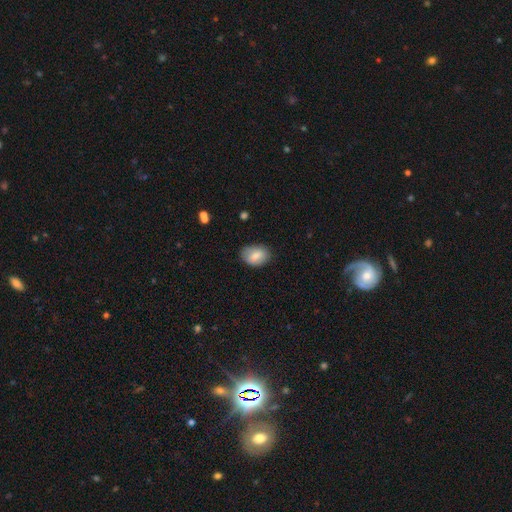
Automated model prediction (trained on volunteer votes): smooth-or-featured: smooth: 80% | featured or disk: 13% | star or artifact: 7%
  how-rounded: in between: 82% | round: 17% | cigar-shaped: 1%
  merging: none: 75% | minor disturbance: 20% | major disturbance: 4% | merger: 1%